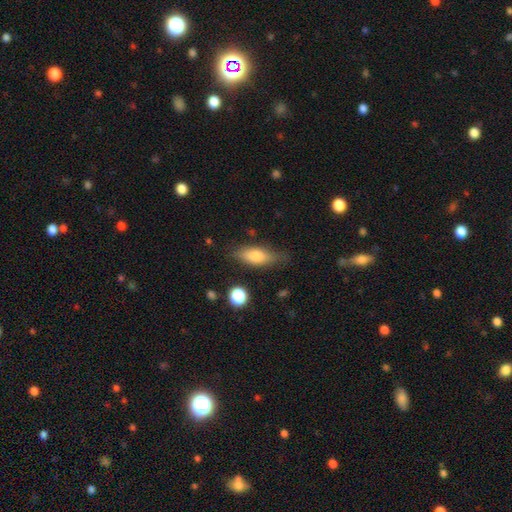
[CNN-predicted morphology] Smooth or featured? smooth (72%)
How rounded? in between (68%)
Merging? none (72%)